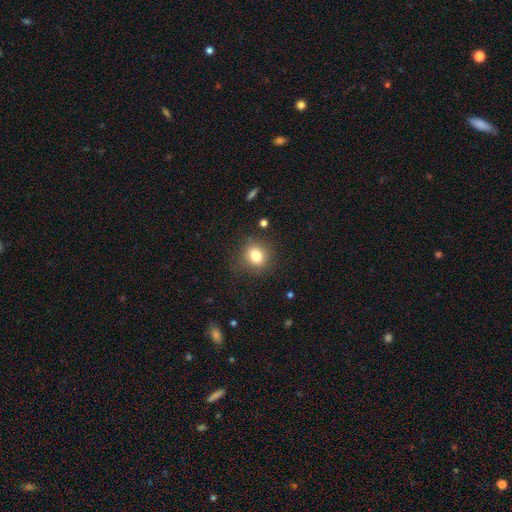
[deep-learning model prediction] smooth_or_featured: smooth (p=0.80) [alt: star or artifact p=0.12]
how_rounded: round (p=0.79) [alt: in between p=0.20]
merging: none (p=0.84) [alt: minor disturbance p=0.11]